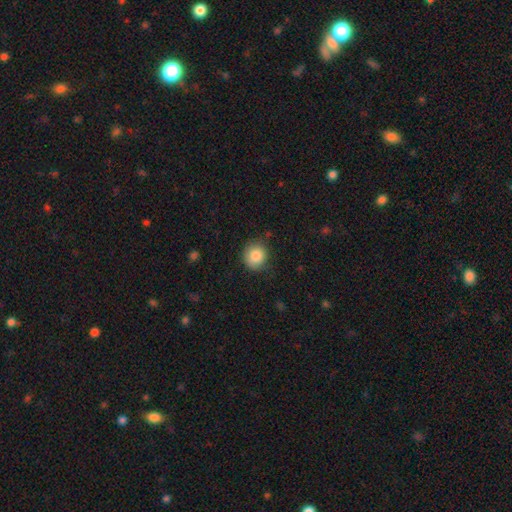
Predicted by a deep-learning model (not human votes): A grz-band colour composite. It shows a smooth galaxy with no disk features (86%) that is round (85%). Merging: none (79%).